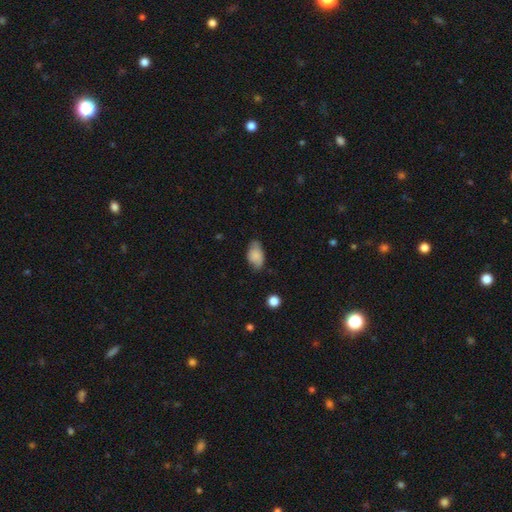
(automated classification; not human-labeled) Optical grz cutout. It shows a smooth galaxy with no disk features (81%) that is in between round and cigar-shaped (90%). Merging: none (61%).